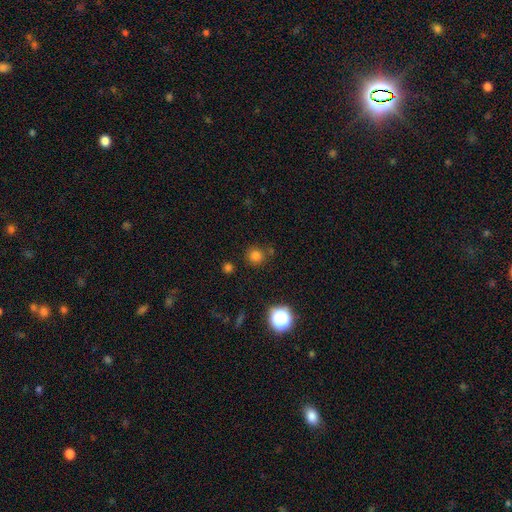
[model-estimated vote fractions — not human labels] Overall: smooth (76%). How rounded: round (93%). Merging: none (79%).